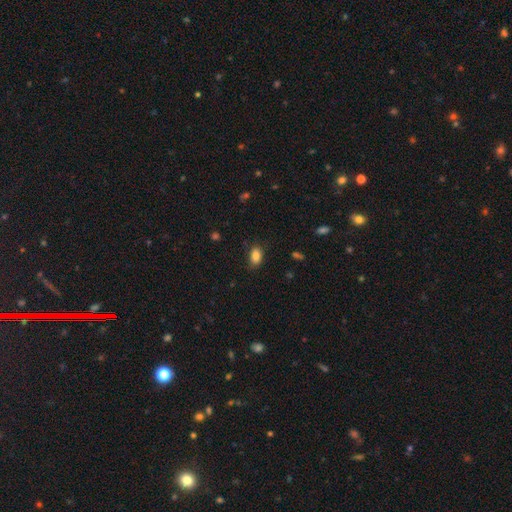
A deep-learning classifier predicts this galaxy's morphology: A smooth galaxy with no disk features (86%) that is in between round and cigar-shaped (88%).

Vote fractions:
- Smooth or featured? smooth: 86% / star or artifact: 9% / featured or disk: 5%
- How rounded? in between: 88% / round: 10% / cigar-shaped: 2%
- Merging? none: 81% / minor disturbance: 14% / major disturbance: 4% / merger: 1%